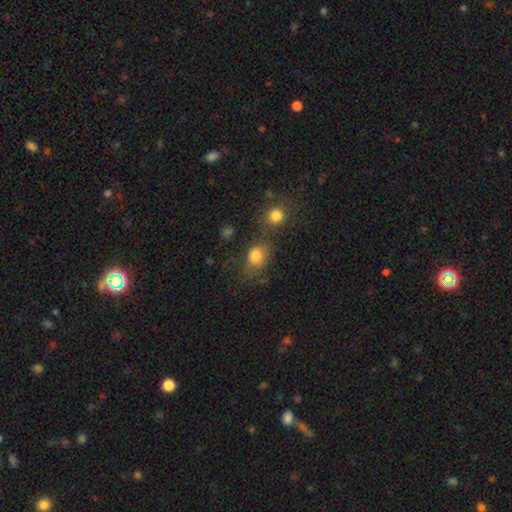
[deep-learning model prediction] Q: Smooth or featured?
A: smooth (80%); runner-up: star or artifact (12%)
Q: How rounded?
A: in between (53%); runner-up: round (45%)
Q: Merging?
A: none (51%); runner-up: merger (25%)